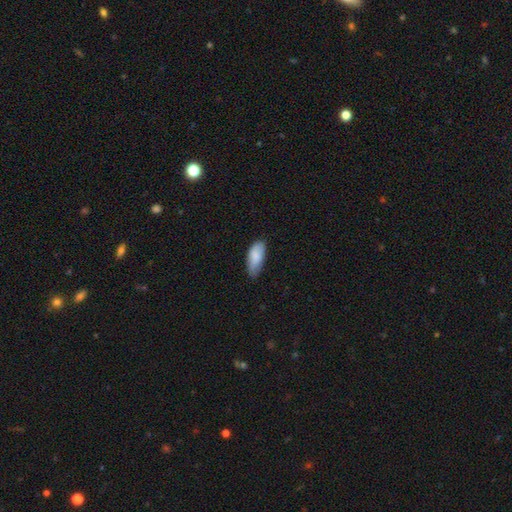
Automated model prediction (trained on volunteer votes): A smooth galaxy with no disk features (85%) that is in between round and cigar-shaped (87%).

Vote fractions:
- Smooth or featured? smooth: 85% / featured or disk: 9% / star or artifact: 6%
- How rounded? in between: 87% / cigar-shaped: 12% / round: 2%
- Merging? none: 61% / minor disturbance: 32% / major disturbance: 5% / merger: 1%